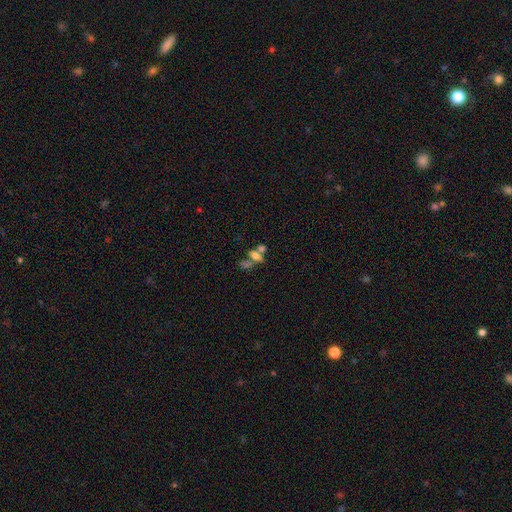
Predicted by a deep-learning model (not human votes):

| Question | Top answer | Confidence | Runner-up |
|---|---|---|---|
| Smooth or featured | smooth | 54% | featured or disk (31%) |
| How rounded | in between | 68% | cigar-shaped (17%) |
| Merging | merger | 46% | none (35%) |